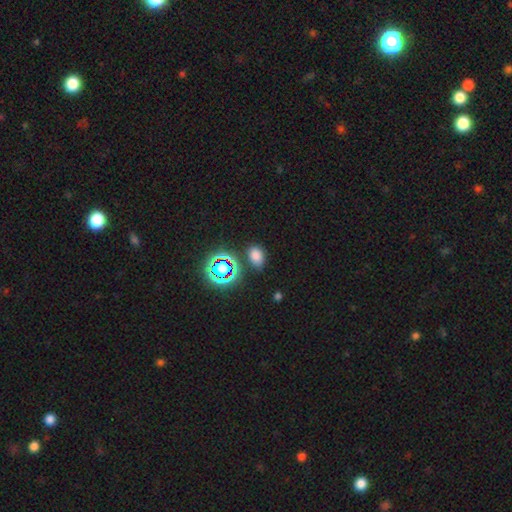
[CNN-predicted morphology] smooth-or-featured: smooth: 69% | star or artifact: 24% | featured or disk: 6%
  how-rounded: in between: 80% | round: 18% | cigar-shaped: 1%
  merging: none: 81% | minor disturbance: 11% | merger: 4% | major disturbance: 3%